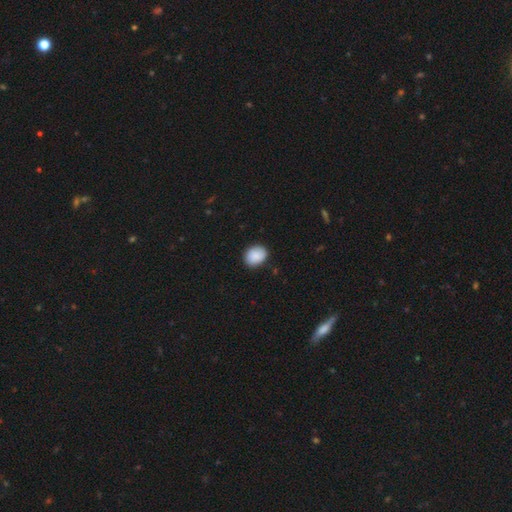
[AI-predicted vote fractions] Smooth or featured: smooth — 89% (star or artifact — 7%)
How rounded: round — 50% (in between — 49%)
Merging: none — 85% (minor disturbance — 12%)